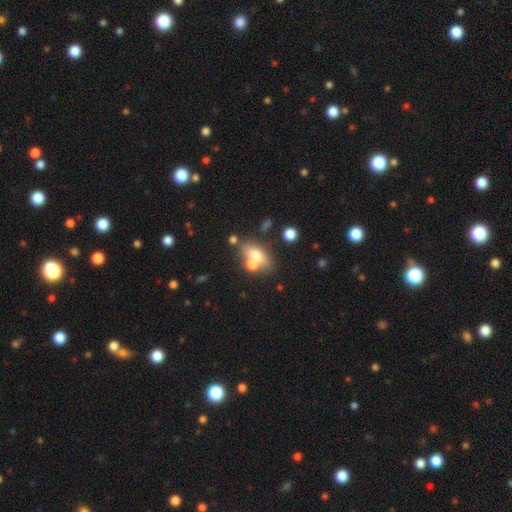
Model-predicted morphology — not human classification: smooth_or_featured: smooth (p=0.63) [alt: featured or disk p=0.26]
how_rounded: in between (p=0.74) [alt: round p=0.17]
merging: none (p=0.47) [alt: merger p=0.35]